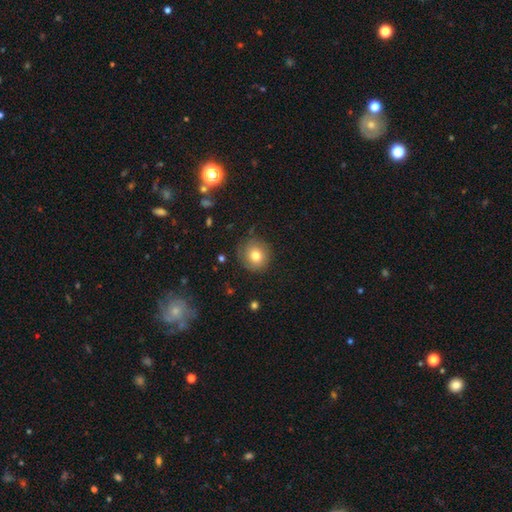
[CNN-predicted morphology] Overall: smooth (77%). How rounded: round (89%). Merging: none (81%).